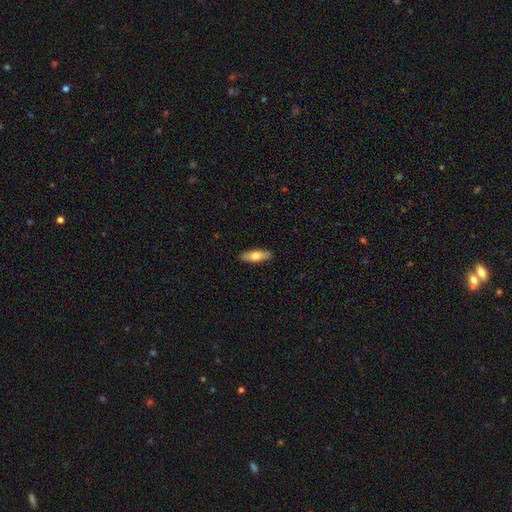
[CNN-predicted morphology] type=smooth (72%); roundness=in between (57%); merging=none (89%).